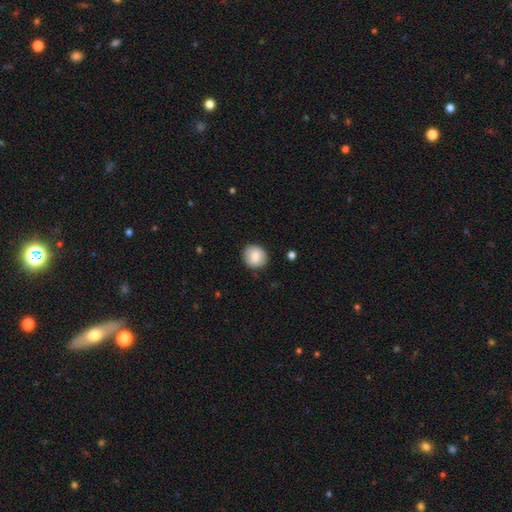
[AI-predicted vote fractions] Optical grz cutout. It shows a smooth galaxy with no disk features (82%) that is round (86%). Merging: none (88%).